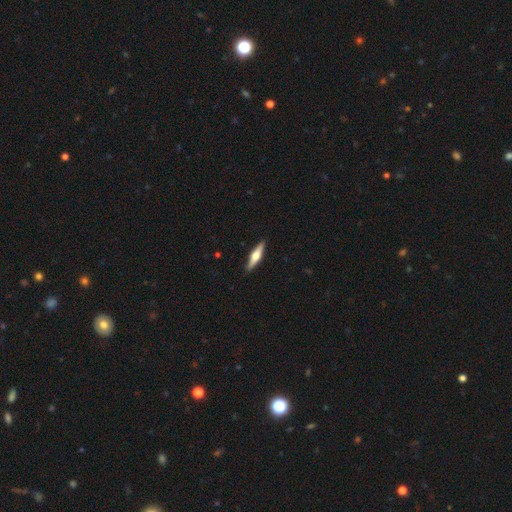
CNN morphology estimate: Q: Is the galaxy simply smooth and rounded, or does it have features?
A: featured or disk — 63%.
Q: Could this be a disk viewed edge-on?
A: yes — 97%.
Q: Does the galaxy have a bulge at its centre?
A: rounded — 92%.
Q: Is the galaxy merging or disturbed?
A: none — 91%.